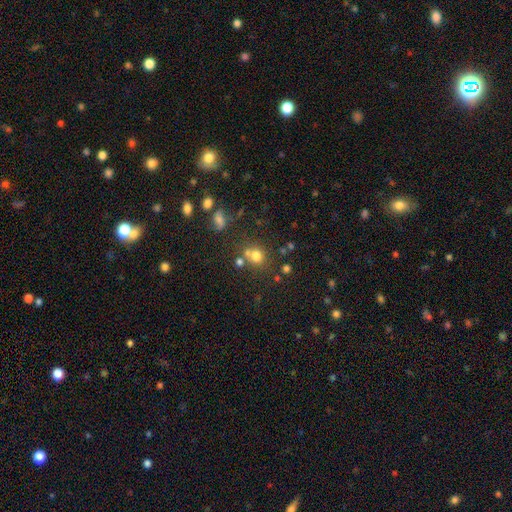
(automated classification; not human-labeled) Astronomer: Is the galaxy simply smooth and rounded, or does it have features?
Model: smooth — 72%.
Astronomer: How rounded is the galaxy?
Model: round — 81%.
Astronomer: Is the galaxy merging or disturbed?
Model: none — 58%.